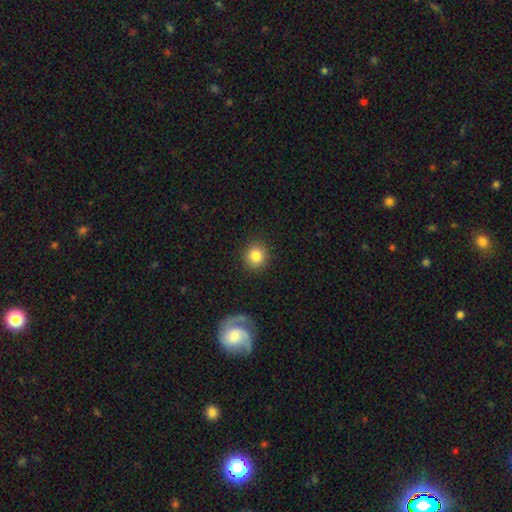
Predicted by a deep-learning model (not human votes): smooth 83%, star or artifact 10%, featured or disk 7%. Down the decision tree: how rounded — round (90%); merging — none (90%).